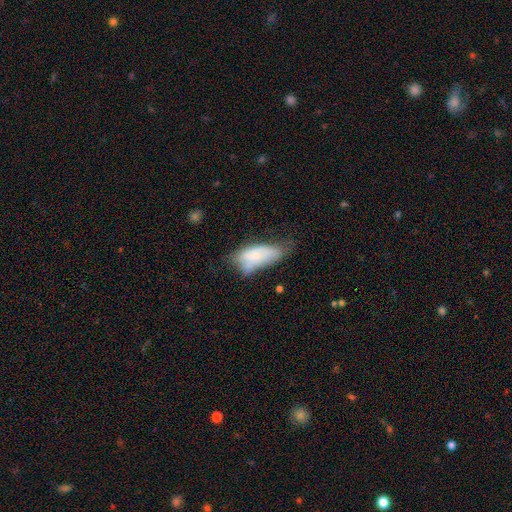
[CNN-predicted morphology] Q: Smooth or featured?
A: smooth (66%); runner-up: featured or disk (25%)
Q: How rounded?
A: in between (86%); runner-up: cigar-shaped (11%)
Q: Merging?
A: minor disturbance (36%); runner-up: none (30%)